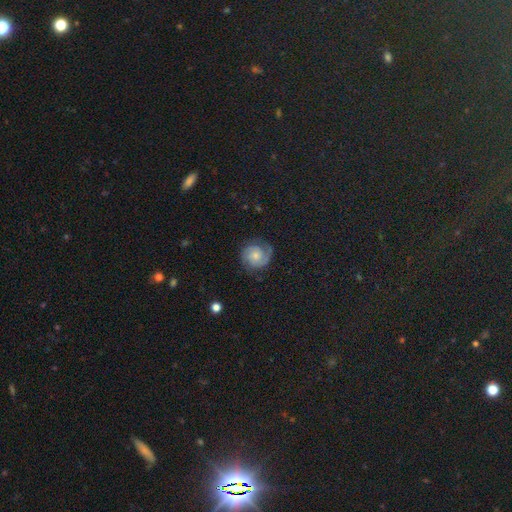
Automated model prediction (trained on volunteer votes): This appears to be a featured or disk galaxy (75%) with no bar (73%), 2 (73%) tight (53%) spiral arms (96%) and a small central bulge (52%). Merging: none (75%).